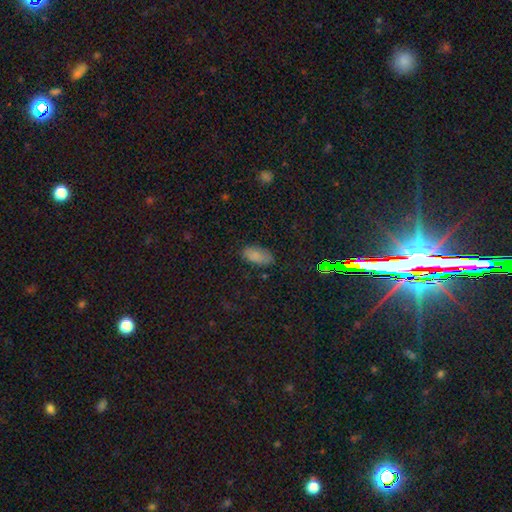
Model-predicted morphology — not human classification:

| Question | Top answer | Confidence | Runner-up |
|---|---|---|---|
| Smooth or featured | smooth | 80% | star or artifact (13%) |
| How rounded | in between | 94% | cigar-shaped (3%) |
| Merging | none | 80% | minor disturbance (15%) |